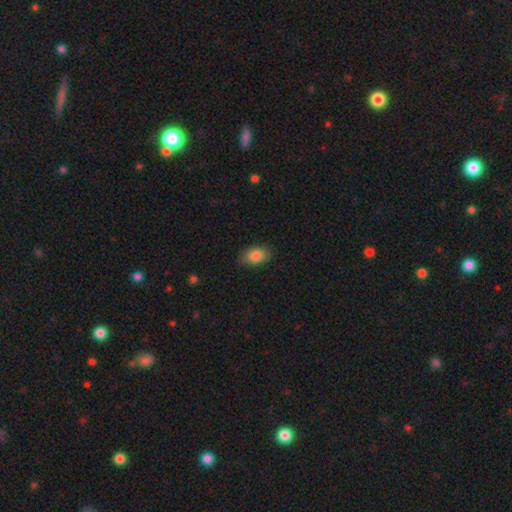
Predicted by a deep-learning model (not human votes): A smooth galaxy with no disk features (86%) that is in between round and cigar-shaped (88%). Merging: none (82%).